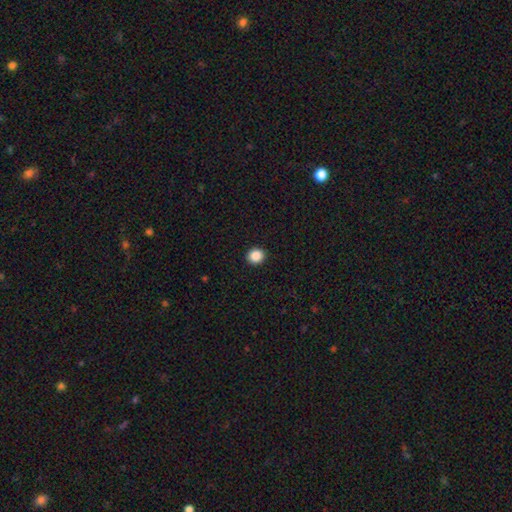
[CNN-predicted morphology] This is clearly a smooth galaxy (88%). How rounded: clearly round (84%). Merging: clearly none (93%).